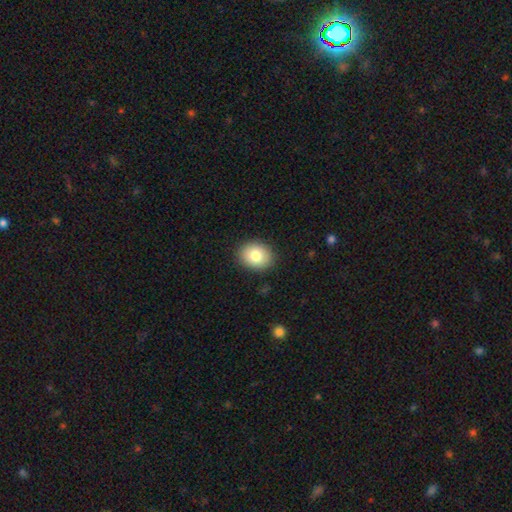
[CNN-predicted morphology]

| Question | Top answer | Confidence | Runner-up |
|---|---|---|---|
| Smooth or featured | smooth | 82% | featured or disk (10%) |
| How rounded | round | 50% | in between (49%) |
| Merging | none | 89% | minor disturbance (8%) |